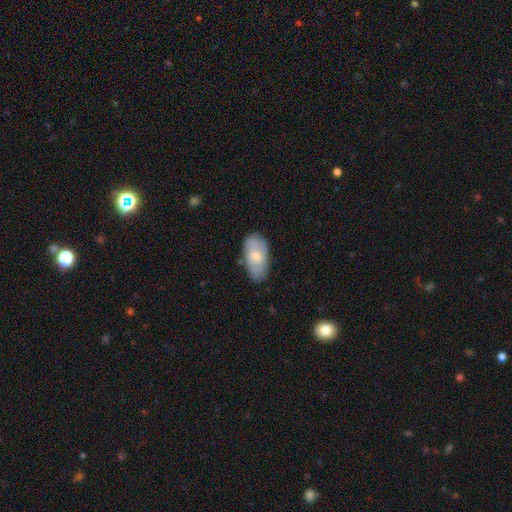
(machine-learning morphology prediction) This is possibly a smooth galaxy (49%). Merging: likely none (73%).